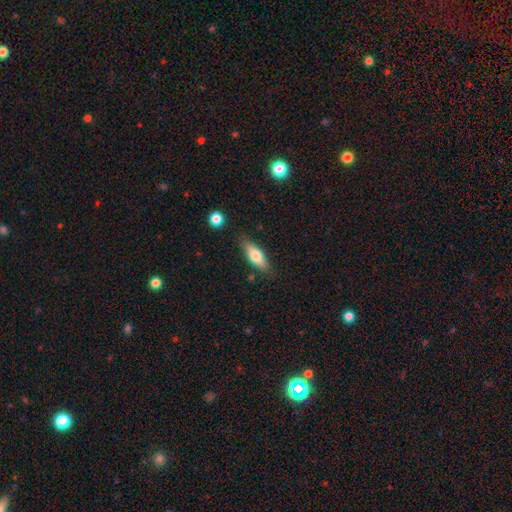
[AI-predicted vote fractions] Morphology: type=smooth (64%); roundness=in between (60%); merging=none (80%).